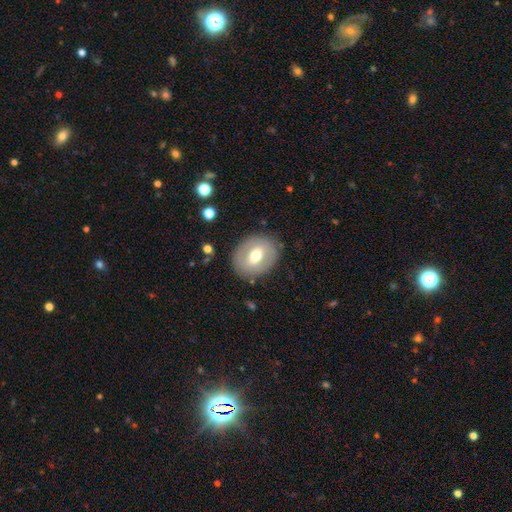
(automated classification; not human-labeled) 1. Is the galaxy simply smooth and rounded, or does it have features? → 53% smooth, 40% featured or disk, 7% star or artifact.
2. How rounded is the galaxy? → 51% in between, 48% round, 1% cigar-shaped.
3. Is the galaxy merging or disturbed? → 82% none, 12% minor disturbance, 4% major disturbance, 1% merger.